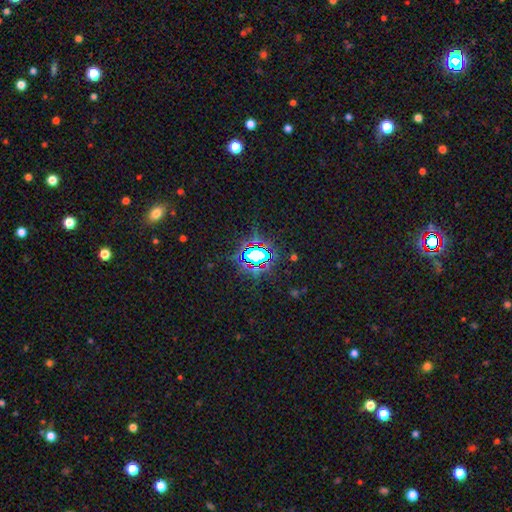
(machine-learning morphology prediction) smooth_or_featured: star or artifact (p=0.76) [alt: smooth p=0.14]